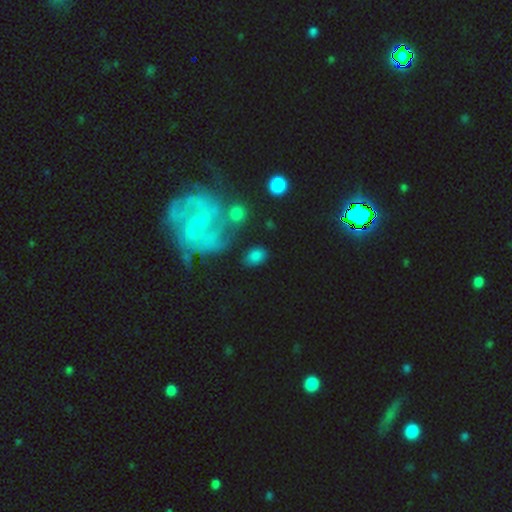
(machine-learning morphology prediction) A smooth galaxy with no disk features (66%) that is in between round and cigar-shaped (75%). Merging: none (71%).